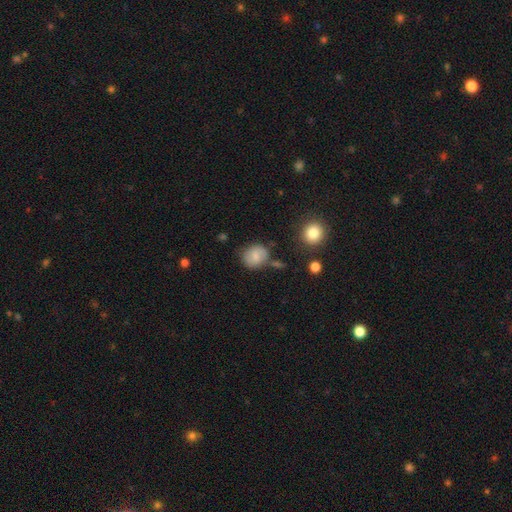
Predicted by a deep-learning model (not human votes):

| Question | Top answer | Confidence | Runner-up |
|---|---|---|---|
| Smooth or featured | smooth | 75% | featured or disk (16%) |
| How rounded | round | 69% | in between (30%) |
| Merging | none | 66% | minor disturbance (20%) |